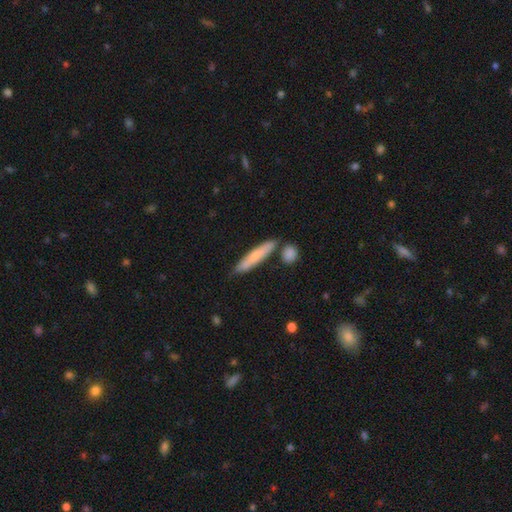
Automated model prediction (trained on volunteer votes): smooth_or_featured: smooth (p=0.68) [alt: featured or disk p=0.27]
how_rounded: cigar-shaped (p=0.88) [alt: in between p=0.10]
merging: none (p=0.74) [alt: minor disturbance p=0.14]